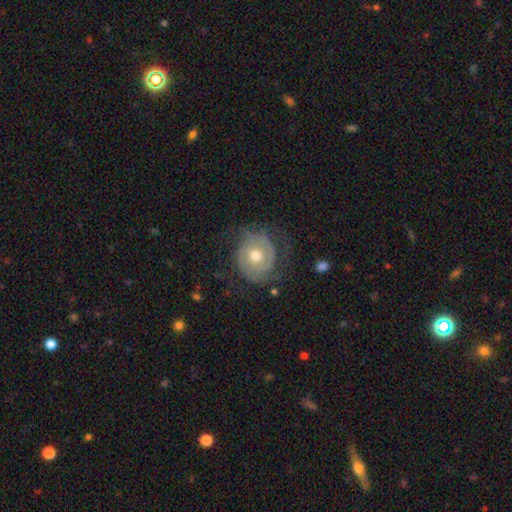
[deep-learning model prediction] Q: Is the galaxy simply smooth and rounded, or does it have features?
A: featured or disk — 79%.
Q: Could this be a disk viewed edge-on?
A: no — 97%.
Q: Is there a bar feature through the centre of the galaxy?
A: no — 74%.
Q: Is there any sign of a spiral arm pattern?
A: yes — 89%.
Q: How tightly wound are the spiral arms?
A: tight — 66%.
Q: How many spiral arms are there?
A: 2 — 63%.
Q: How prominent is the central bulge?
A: moderate — 77%.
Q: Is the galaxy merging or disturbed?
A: none — 71%.